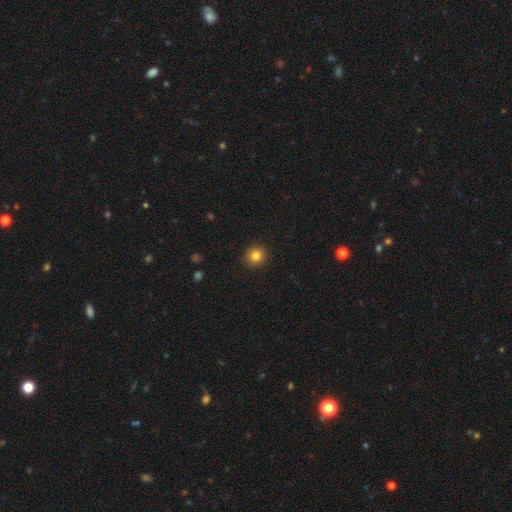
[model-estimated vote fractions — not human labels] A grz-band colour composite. It shows a smooth galaxy with no disk features (83%) that is round (90%). Merging: none (92%).